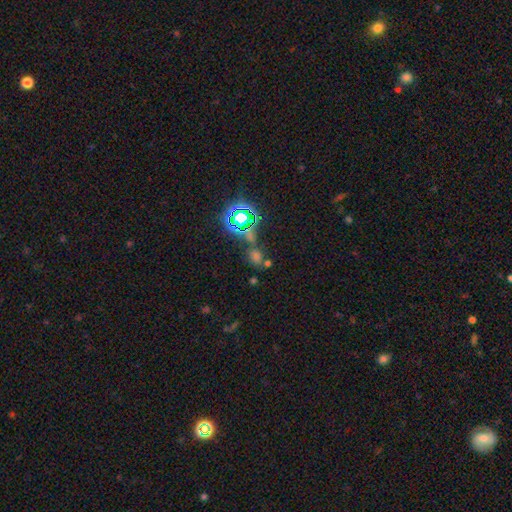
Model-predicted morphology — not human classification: smooth-or-featured: star or artifact: 63% | smooth: 28% | featured or disk: 8%